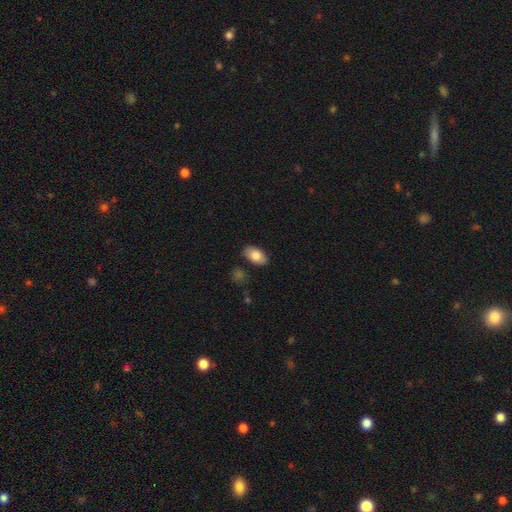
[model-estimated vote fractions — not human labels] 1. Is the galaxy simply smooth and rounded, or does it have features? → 81% smooth, 12% featured or disk, 7% star or artifact.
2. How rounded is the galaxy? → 94% in between, 4% round, 2% cigar-shaped.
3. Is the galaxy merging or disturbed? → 85% none, 10% minor disturbance, 2% merger, 2% major disturbance.